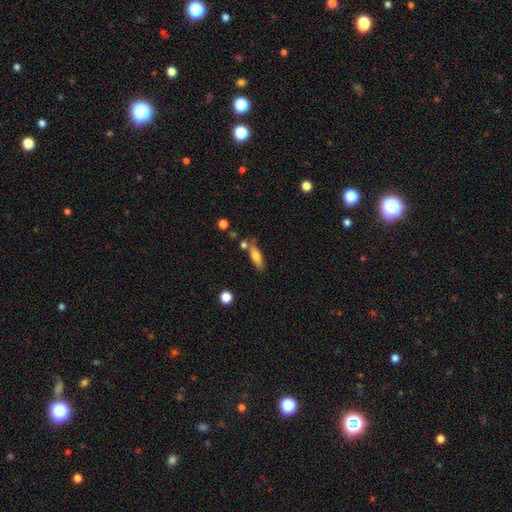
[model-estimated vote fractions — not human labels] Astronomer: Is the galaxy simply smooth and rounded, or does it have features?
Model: smooth — 75%.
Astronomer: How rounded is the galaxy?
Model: in between — 50% (runner-up: cigar-shaped, 47%).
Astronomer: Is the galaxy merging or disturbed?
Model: none — 63%.